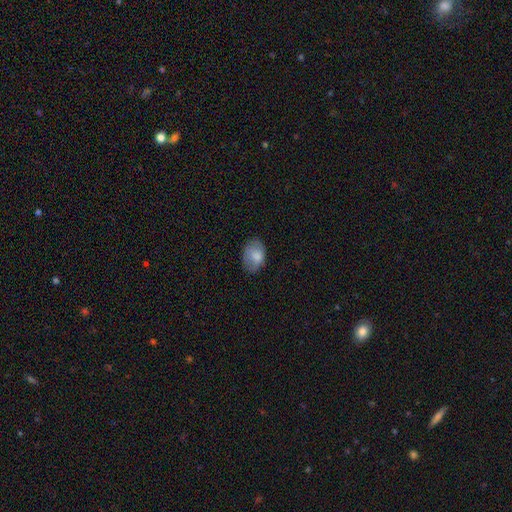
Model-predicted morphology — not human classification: Q: Smooth or featured?
A: smooth (81%); runner-up: featured or disk (12%)
Q: How rounded?
A: in between (83%); runner-up: round (16%)
Q: Merging?
A: none (74%); runner-up: minor disturbance (20%)